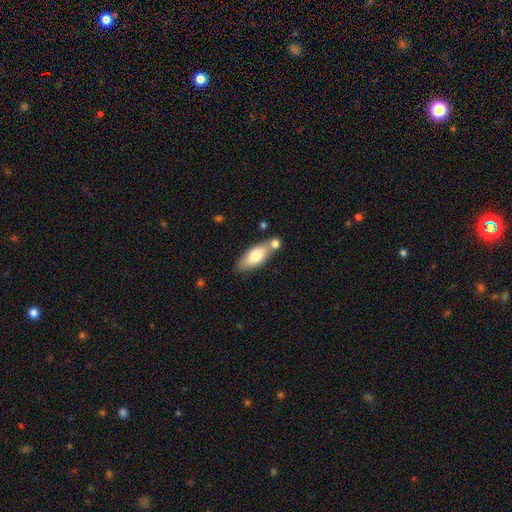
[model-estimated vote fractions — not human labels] smooth_or_featured: smooth (p=0.70) [alt: featured or disk p=0.24]
how_rounded: in between (p=0.71) [alt: cigar-shaped p=0.26]
merging: none (p=0.59) [alt: merger p=0.24]